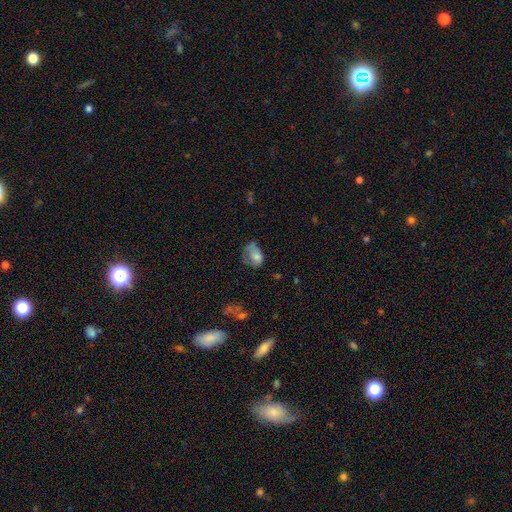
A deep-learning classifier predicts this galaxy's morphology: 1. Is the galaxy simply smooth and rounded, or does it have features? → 69% smooth, 21% featured or disk, 10% star or artifact.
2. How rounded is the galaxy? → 78% in between, 20% round, 2% cigar-shaped.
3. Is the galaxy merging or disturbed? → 37% major disturbance, 31% minor disturbance, 27% none, 5% merger.